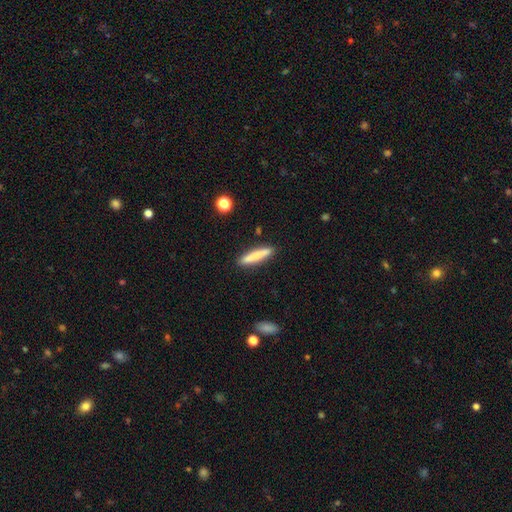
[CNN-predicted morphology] Smooth or featured?
  - smooth: 76% *
  - featured or disk: 18%
  - star or artifact: 6%
How rounded?
  - cigar-shaped: 91% *
  - in between: 8%
  - round: 1%
Merging?
  - none: 89% *
  - minor disturbance: 7%
  - major disturbance: 2%
  - merger: 2%